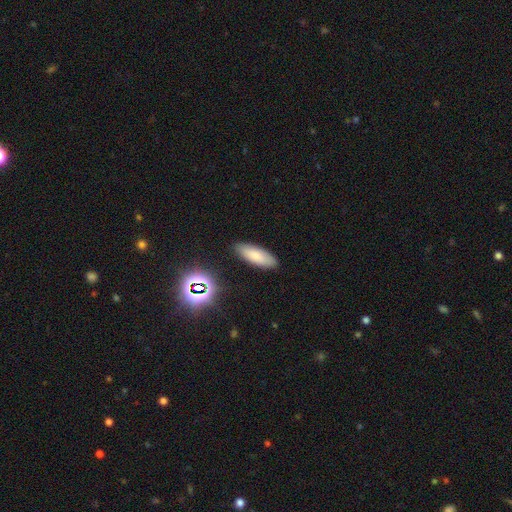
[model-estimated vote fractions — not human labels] Q: Smooth or featured?
A: smooth (78%); runner-up: featured or disk (13%)
Q: How rounded?
A: in between (68%); runner-up: cigar-shaped (30%)
Q: Merging?
A: none (87%); runner-up: minor disturbance (10%)